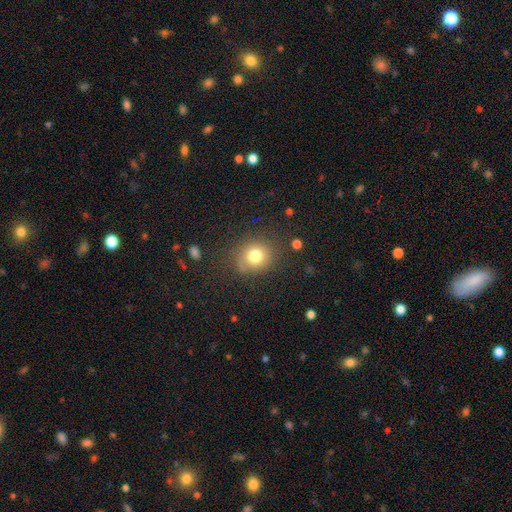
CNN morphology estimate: Smooth or featured: smooth — 75% (star or artifact — 12%)
How rounded: round — 78% (in between — 21%)
Merging: none — 73% (minor disturbance — 17%)